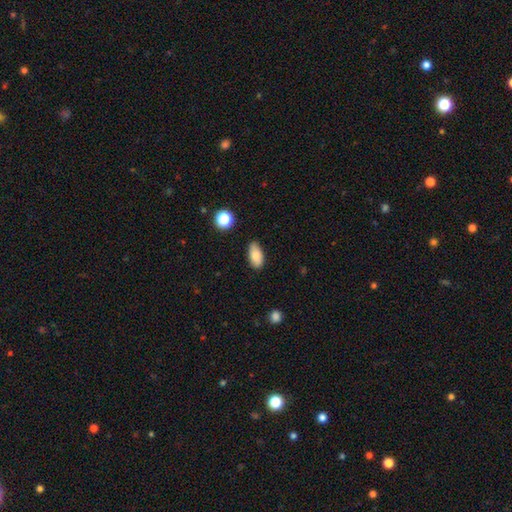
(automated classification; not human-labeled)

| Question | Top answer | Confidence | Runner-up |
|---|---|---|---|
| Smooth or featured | smooth | 83% | featured or disk (9%) |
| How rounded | in between | 91% | cigar-shaped (5%) |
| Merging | none | 81% | minor disturbance (15%) |